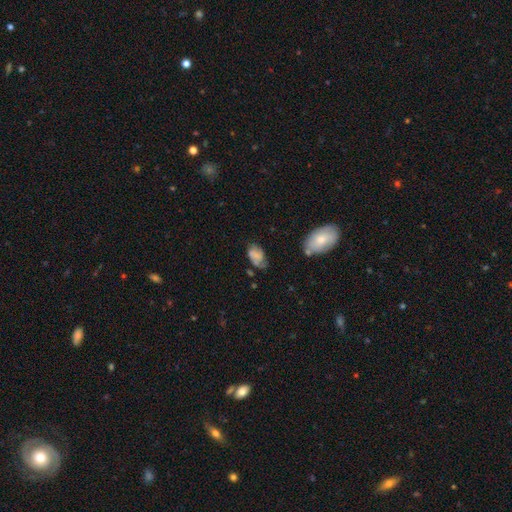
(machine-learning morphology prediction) The model was most divided on "merging": none: 44%, minor disturbance: 32%, major disturbance: 16%, merger: 8%. More confident: how rounded — in between (89%); smooth or featured — smooth (59%).